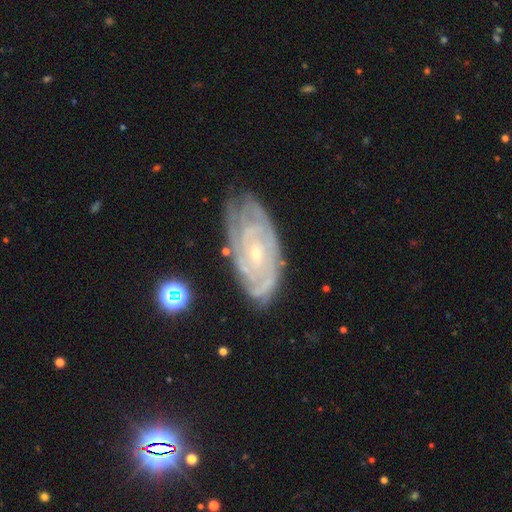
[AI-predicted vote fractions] The model was most divided on "spiral arm count": can't tell: 35%, 2: 20%, 3: 18%, 4: 15%, more than 4: 7%, 1: 5%. More confident: spiral arms — yes (96%); edge-on disk — no (94%); smooth or featured — featured or disk (85%); spiral winding — tight (78%); bulge size — small (76%); merging — none (71%); bar — no (68%).